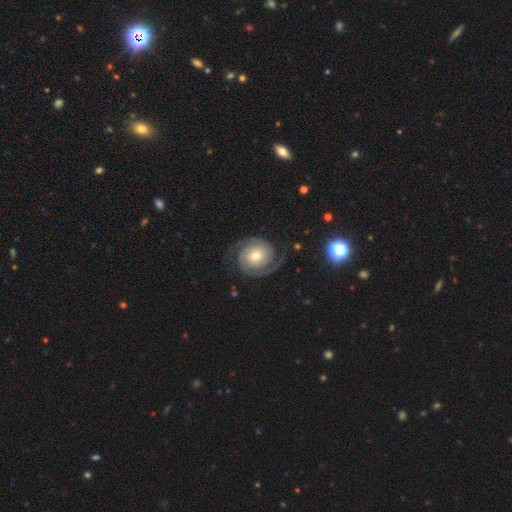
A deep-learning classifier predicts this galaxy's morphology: Smooth or featured? Predicted: featured or disk (p=0.88). Edge-on disk? Predicted: no (p=0.98). Bar? Predicted: no (p=0.69). Spiral arms? Predicted: yes (p=0.98). Spiral winding? Predicted: tight (p=0.55). Spiral arm count? Predicted: 2 (p=0.92). Bulge size? Predicted: moderate (p=0.59). Merging? Predicted: none (p=0.81).